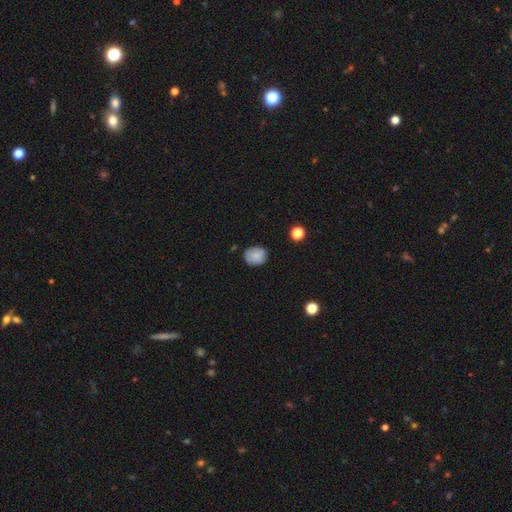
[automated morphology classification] smooth 83%, star or artifact 9%, featured or disk 8%. Down the decision tree: how rounded — round (71%); merging — none (81%).